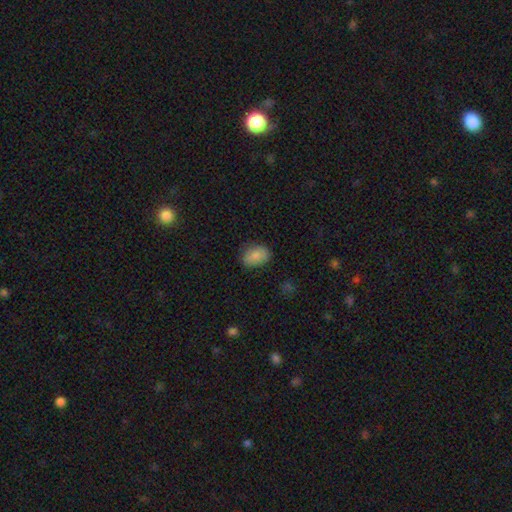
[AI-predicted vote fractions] Q: Smooth or featured?
A: smooth (84%); runner-up: featured or disk (8%)
Q: How rounded?
A: in between (73%); runner-up: round (26%)
Q: Merging?
A: none (80%); runner-up: minor disturbance (15%)